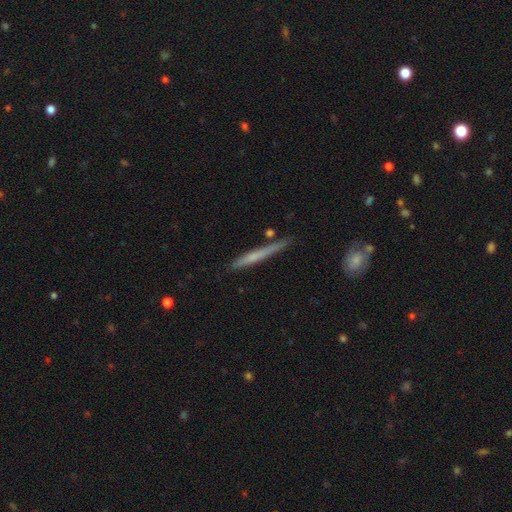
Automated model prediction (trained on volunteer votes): A smooth galaxy with no disk features (52%) that is cigar-shaped (96%). Merging: none (80%).